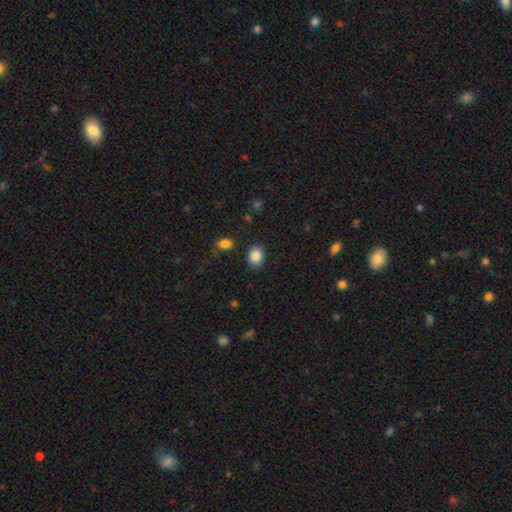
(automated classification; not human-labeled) Morphology: type=smooth (86%); roundness=in between (53%); merging=none (85%).